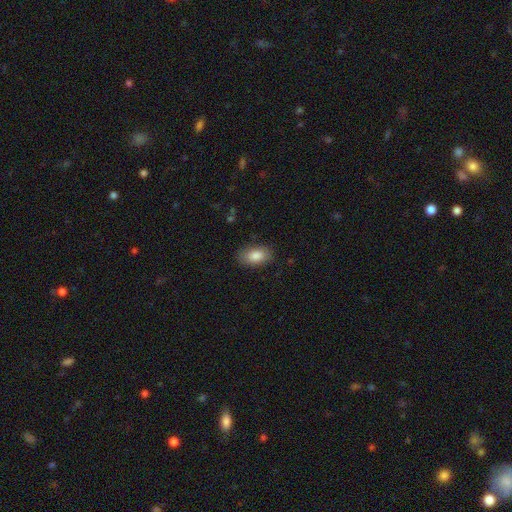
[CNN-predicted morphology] The model was most divided on "merging": none: 84%, minor disturbance: 11%, major disturbance: 3%, merger: 1%. More confident: how rounded — in between (92%); smooth or featured — smooth (86%).